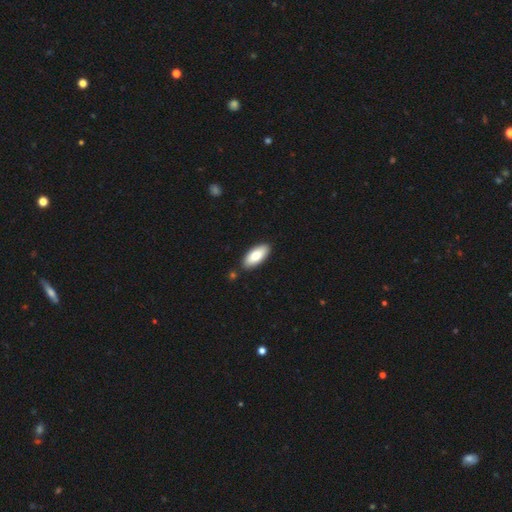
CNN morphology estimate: A smooth galaxy with no disk features (77%) that is in between round and cigar-shaped (87%). Merging: none (88%).